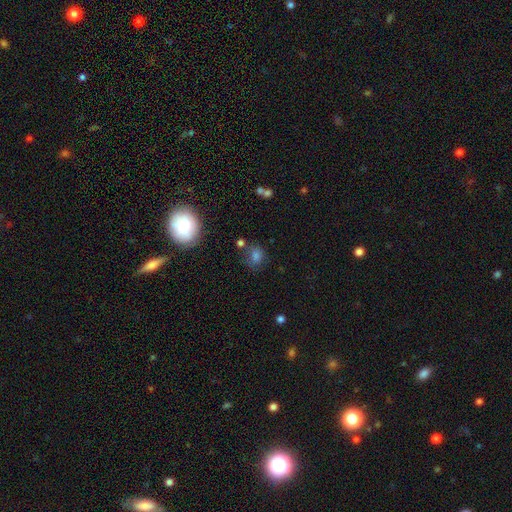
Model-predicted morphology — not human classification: This is likely a smooth galaxy (71%). How rounded: likely round (61%). Merging: likely none (66%).